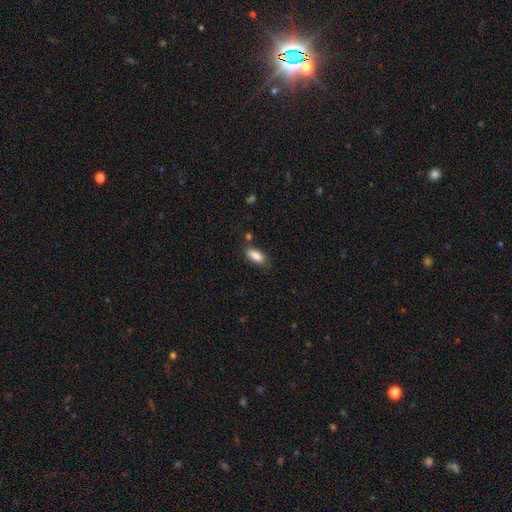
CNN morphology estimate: smooth 87%, star or artifact 8%, featured or disk 5%. Down the decision tree: how rounded — in between (86%); merging — none (71%).